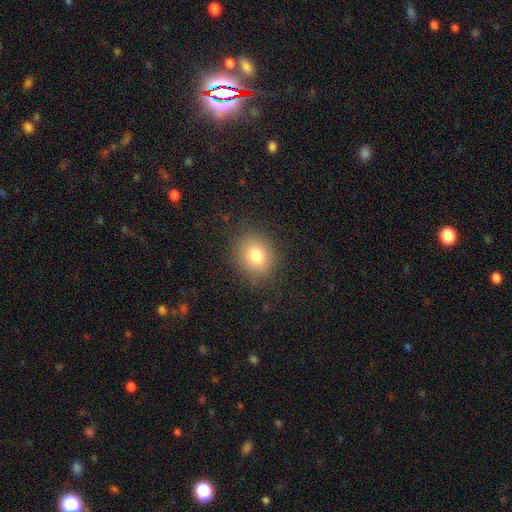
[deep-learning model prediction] The model was most divided on "how rounded": round: 59%, in between: 40%, cigar-shaped: 1%. More confident: merging — none (83%); smooth or featured — smooth (79%).